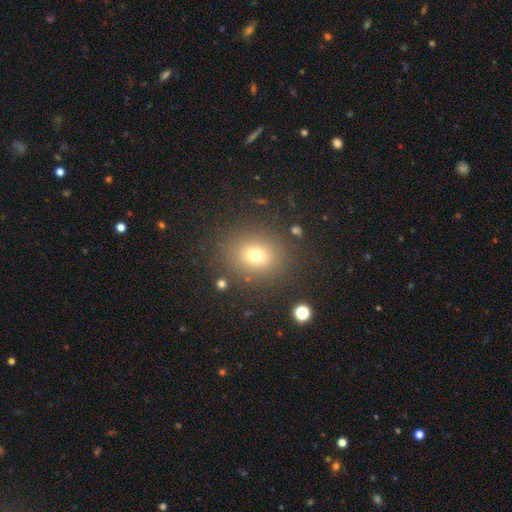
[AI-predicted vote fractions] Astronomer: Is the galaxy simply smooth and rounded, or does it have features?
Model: smooth — 70%.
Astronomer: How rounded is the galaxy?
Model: round — 74%.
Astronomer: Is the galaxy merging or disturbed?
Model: none — 84%.